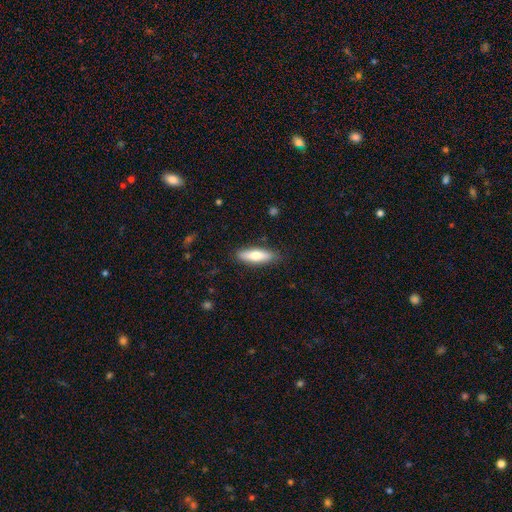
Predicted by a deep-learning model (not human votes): Smooth or featured: smooth — 68% (featured or disk — 26%)
How rounded: cigar-shaped — 55% (in between — 43%)
Merging: none — 86% (minor disturbance — 10%)